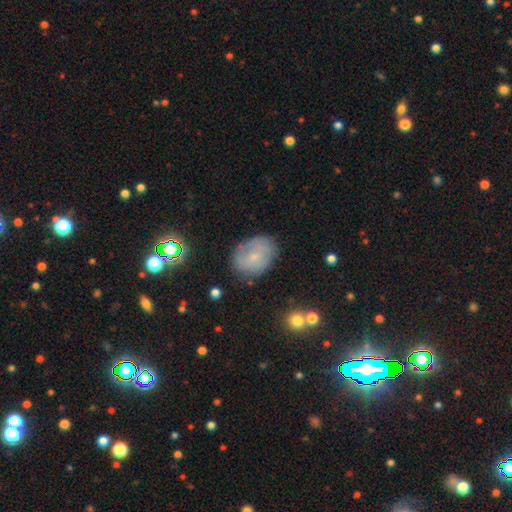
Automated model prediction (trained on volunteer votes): Smooth or featured?
  - smooth: 55% *
  - featured or disk: 34%
  - star or artifact: 11%
How rounded?
  - in between: 70% *
  - round: 28%
  - cigar-shaped: 1%
Merging?
  - none: 72% *
  - minor disturbance: 20%
  - major disturbance: 6%
  - merger: 2%